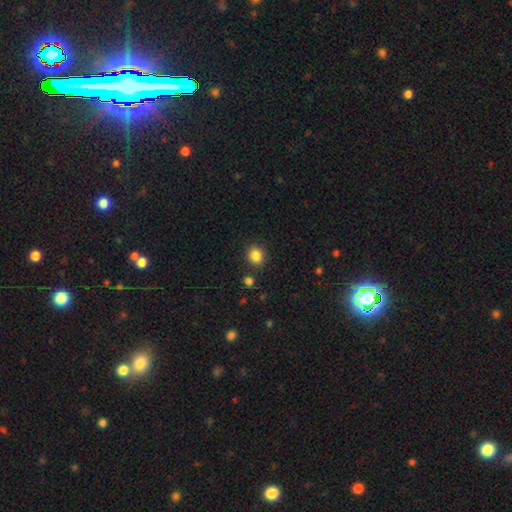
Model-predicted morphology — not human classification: This appears to be a smooth galaxy with no disk features (86%) that is round (77%). Merging: none (85%).